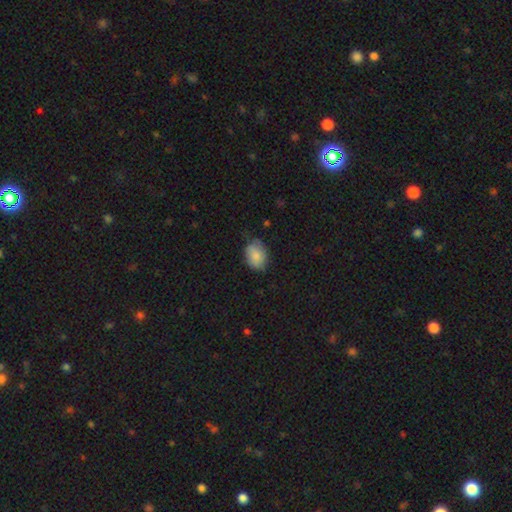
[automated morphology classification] This appears to be a smooth galaxy with no disk features (84%) that is in between round and cigar-shaped (72%). Merging: none (65%).